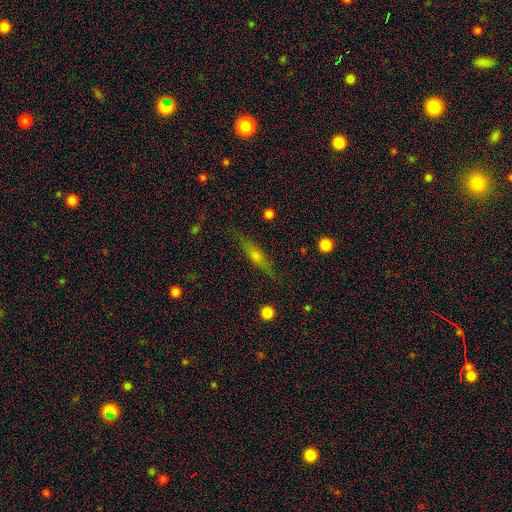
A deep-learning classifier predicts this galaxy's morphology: Smooth or featured: featured or disk — 56% (smooth — 34%)
Edge-on disk: yes — 93% (no — 7%)
Edge-on bulge: rounded — 77% (none — 14%)
Merging: none — 83% (minor disturbance — 12%)